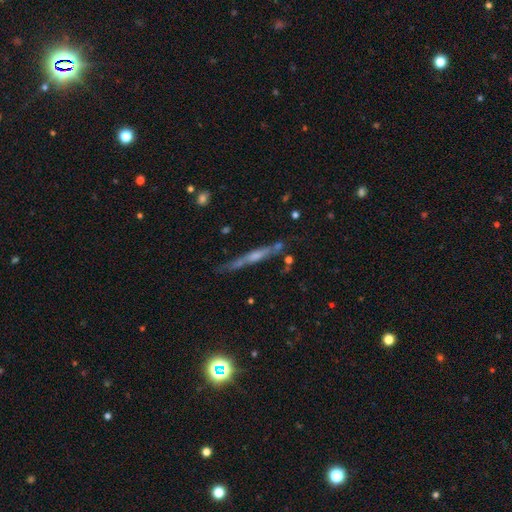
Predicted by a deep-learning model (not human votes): A featured or disk galaxy (64%) viewed edge-on (92%) with a rounded central bulge (49%). Merging: none (72%).